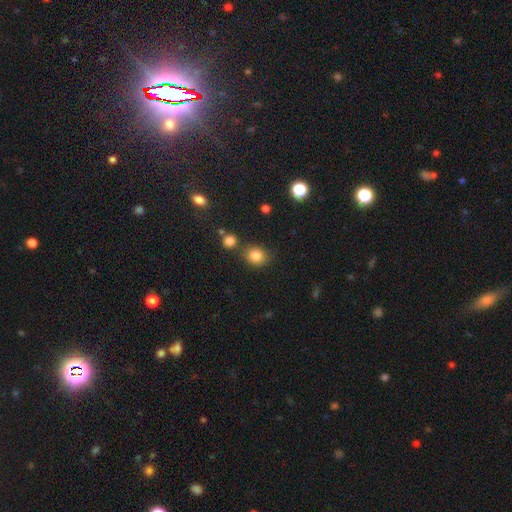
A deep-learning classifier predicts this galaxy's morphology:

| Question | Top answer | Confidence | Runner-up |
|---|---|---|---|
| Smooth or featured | smooth | 84% | star or artifact (11%) |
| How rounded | round | 72% | in between (27%) |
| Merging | none | 76% | minor disturbance (12%) |